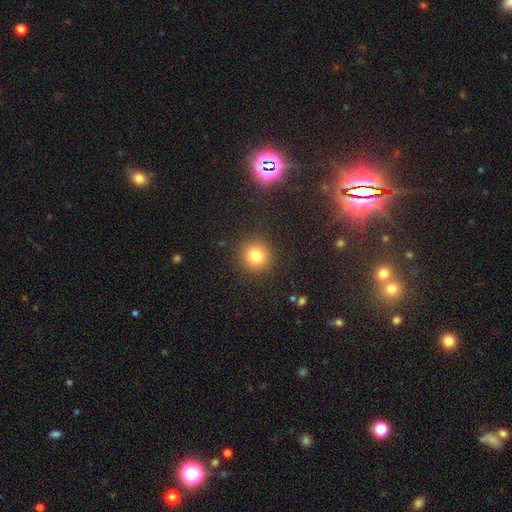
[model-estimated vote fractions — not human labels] Smooth or featured? Predicted: smooth (p=0.80). How rounded? Predicted: round (p=0.92). Merging? Predicted: none (p=0.89).